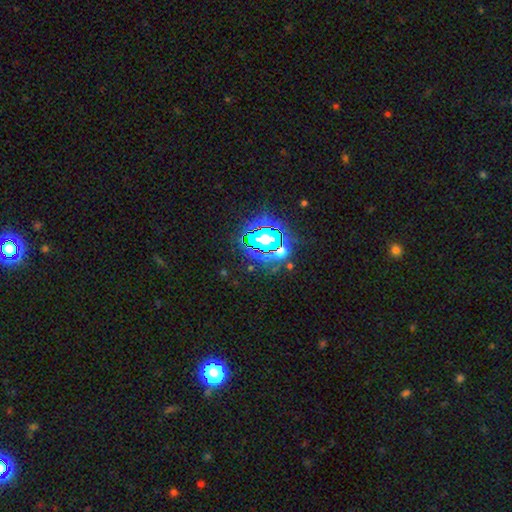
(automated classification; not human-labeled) smooth-or-featured: star or artifact: 81% | smooth: 11% | featured or disk: 8%